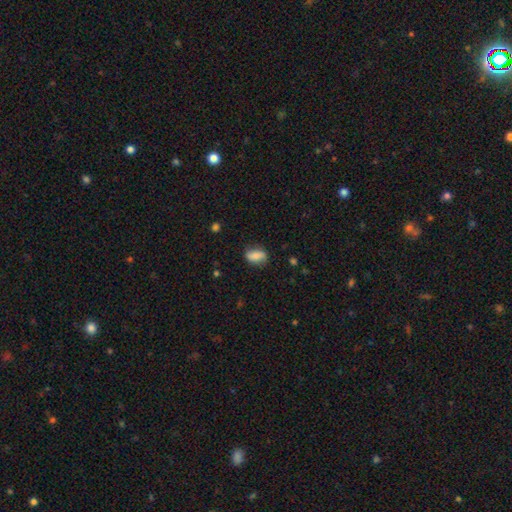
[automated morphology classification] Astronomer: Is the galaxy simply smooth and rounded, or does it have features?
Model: smooth — 70%.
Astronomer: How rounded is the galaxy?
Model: in between — 80%.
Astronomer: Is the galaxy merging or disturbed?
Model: none — 74%.